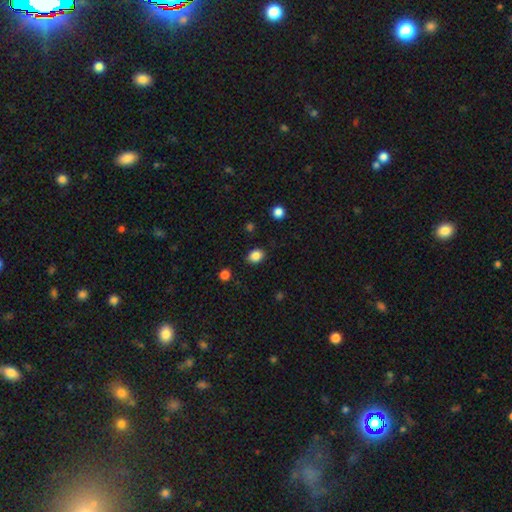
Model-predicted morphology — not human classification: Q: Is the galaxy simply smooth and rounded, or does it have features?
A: smooth — 86%.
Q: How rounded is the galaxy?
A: in between — 55%.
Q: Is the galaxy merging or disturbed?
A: none — 86%.